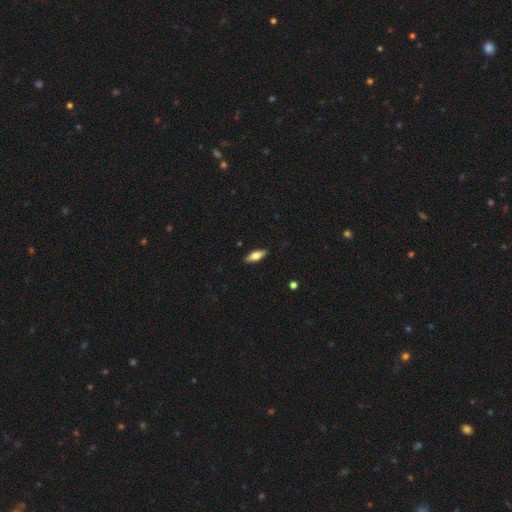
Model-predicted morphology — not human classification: Smooth or featured?
  - smooth: 60% *
  - featured or disk: 34%
  - star or artifact: 6%
How rounded?
  - in between: 65% *
  - cigar-shaped: 32%
  - round: 3%
Merging?
  - none: 89% *
  - minor disturbance: 9%
  - major disturbance: 2%
  - merger: 1%